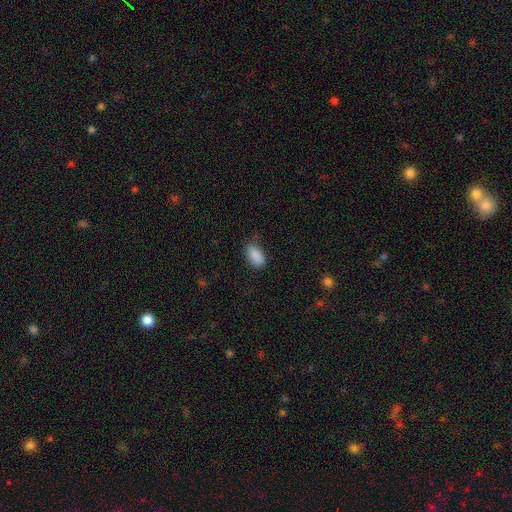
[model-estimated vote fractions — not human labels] A smooth galaxy with no disk features (88%) that is in between round and cigar-shaped (93%).

Vote fractions:
- Smooth or featured? smooth: 88% / star or artifact: 8% / featured or disk: 4%
- How rounded? in between: 93% / round: 4% / cigar-shaped: 3%
- Merging? none: 71% / minor disturbance: 22% / major disturbance: 5% / merger: 1%